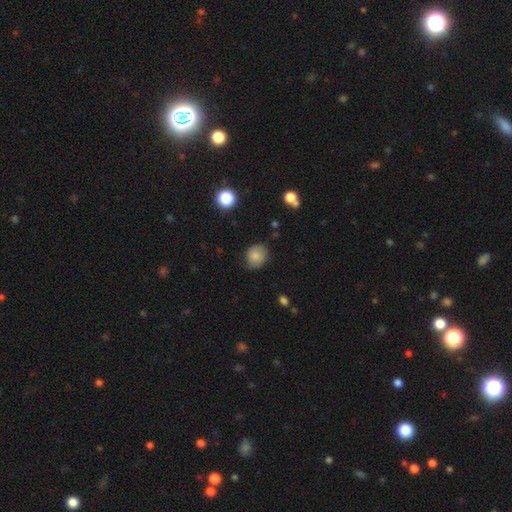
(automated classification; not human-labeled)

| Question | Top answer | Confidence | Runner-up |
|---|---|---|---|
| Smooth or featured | smooth | 73% | featured or disk (18%) |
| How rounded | round | 61% | in between (38%) |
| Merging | none | 74% | minor disturbance (20%) |